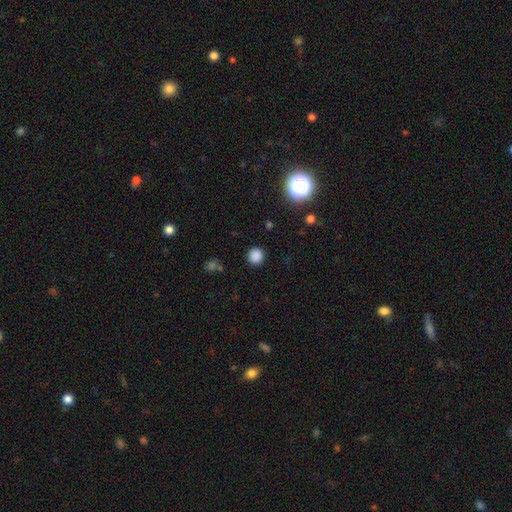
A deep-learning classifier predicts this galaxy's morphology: The model was most divided on "smooth or featured": smooth: 84%, star or artifact: 13%, featured or disk: 3%. More confident: how rounded — round (92%); merging — none (89%).